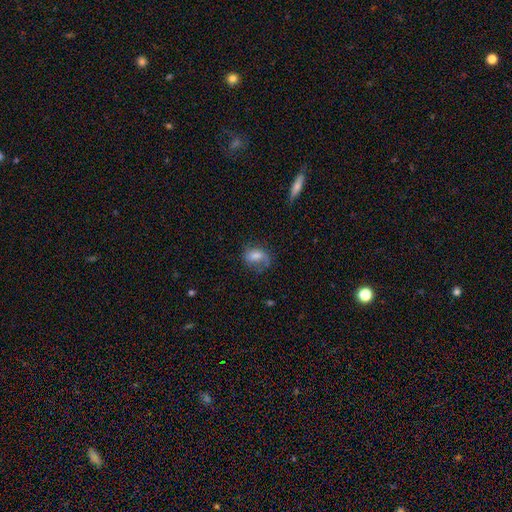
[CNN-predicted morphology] A smooth galaxy with no disk features (53%) that is in between round and cigar-shaped (72%).

Vote fractions:
- Smooth or featured? smooth: 53% / featured or disk: 37% / star or artifact: 10%
- How rounded? in between: 72% / round: 26% / cigar-shaped: 2%
- Merging? none: 50% / minor disturbance: 27% / major disturbance: 21% / merger: 2%